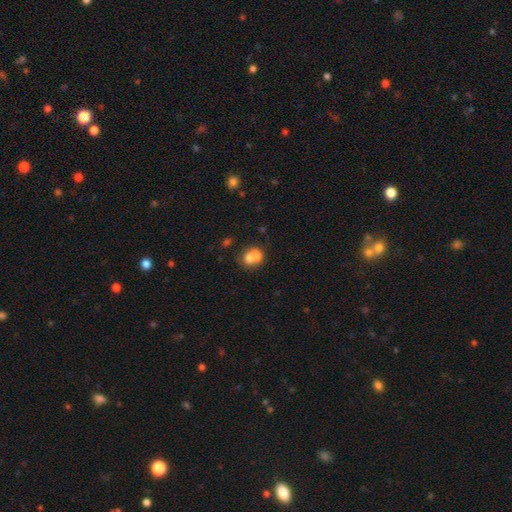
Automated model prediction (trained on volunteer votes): Overall: smooth (68%). How rounded: round (60%; in between 39%). Merging: merger (62%; none 25%).